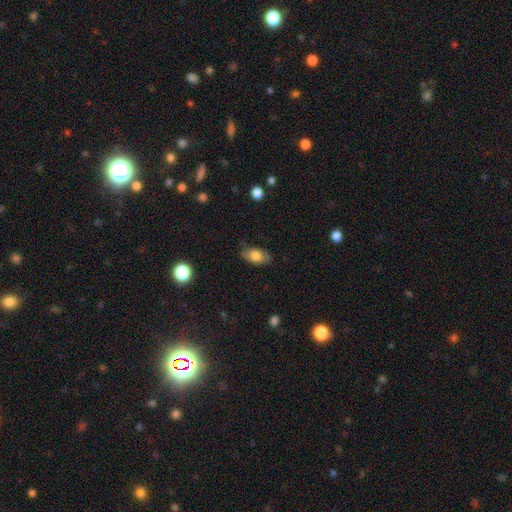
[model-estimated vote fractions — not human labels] Morphology: type=smooth (75%); roundness=in between (92%); merging=none (80%).